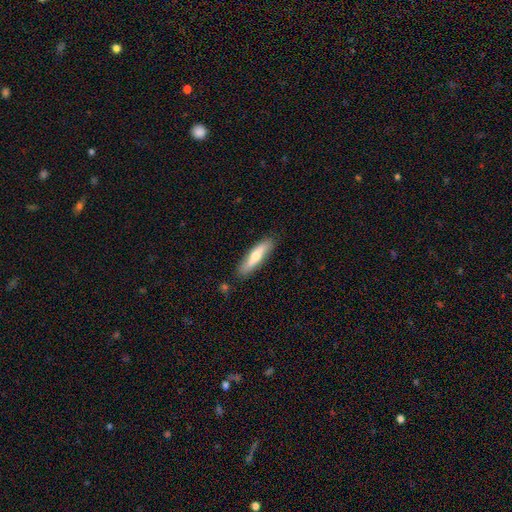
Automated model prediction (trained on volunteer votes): Smooth or featured: smooth — 58% (featured or disk — 37%)
How rounded: cigar-shaped — 71% (in between — 27%)
Merging: none — 84% (minor disturbance — 12%)